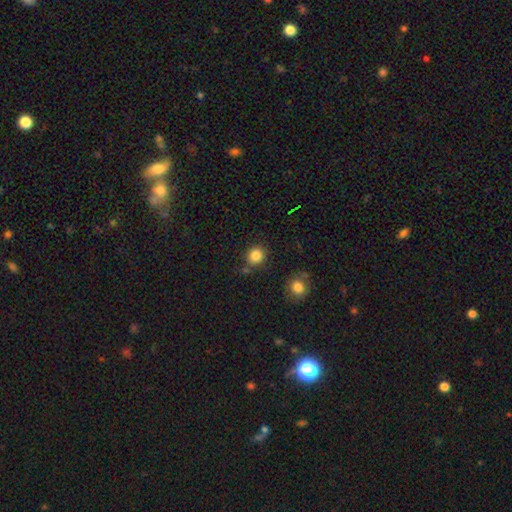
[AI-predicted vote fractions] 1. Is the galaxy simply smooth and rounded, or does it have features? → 85% smooth, 11% star or artifact, 5% featured or disk.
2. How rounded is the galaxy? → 84% round, 16% in between, 1% cigar-shaped.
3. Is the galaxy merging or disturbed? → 79% none, 11% minor disturbance, 7% merger, 3% major disturbance.